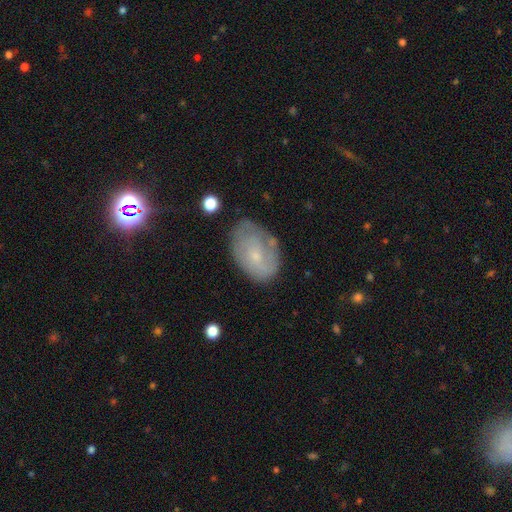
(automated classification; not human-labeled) Smooth or featured: featured or disk — 48% (smooth — 42%)
Merging: none — 65% (minor disturbance — 25%)